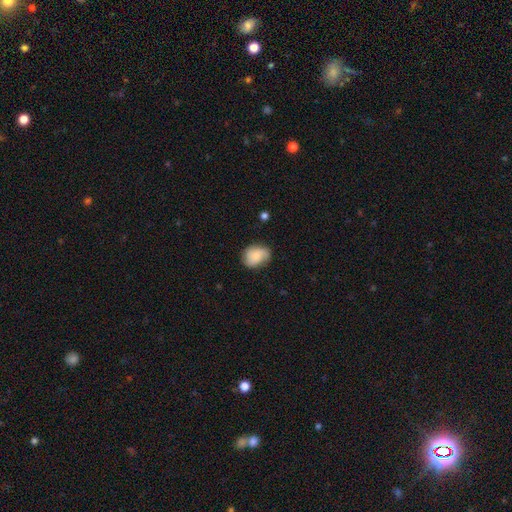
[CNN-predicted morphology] smooth 68%, featured or disk 24%, star or artifact 8%. Down the decision tree: how rounded — in between (57%); merging — none (65%).